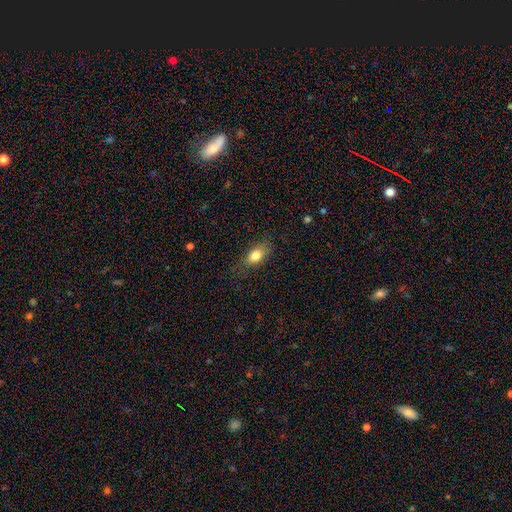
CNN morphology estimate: Overall: smooth (79%). How rounded: in between (81%). Merging: none (73%).